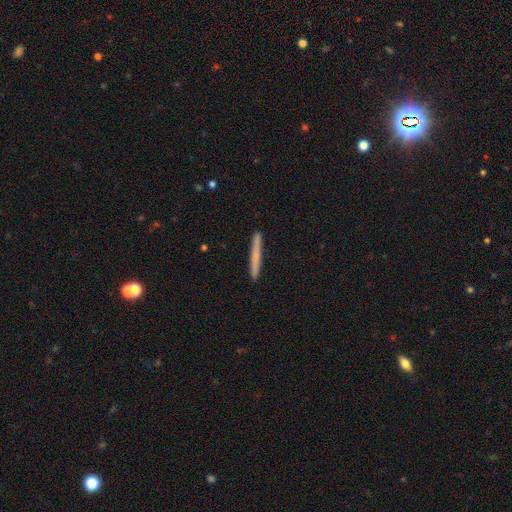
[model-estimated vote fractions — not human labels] smooth 68%, featured or disk 26%, star or artifact 6%. Down the decision tree: how rounded — cigar-shaped (97%); merging — none (92%).